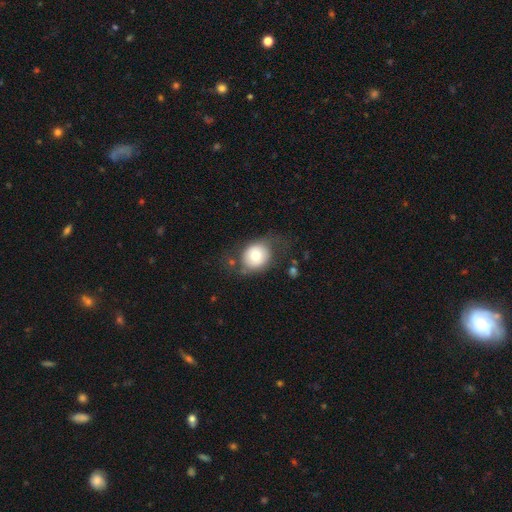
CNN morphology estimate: This is likely a smooth galaxy (68%). How rounded: likely round (66%). Merging: likely none (60%).